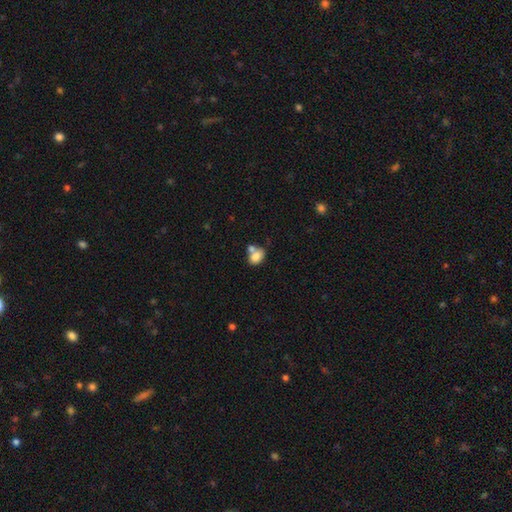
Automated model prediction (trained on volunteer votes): Smooth or featured? Predicted: smooth (p=0.80). How rounded? Predicted: in between (p=0.78). Merging? Predicted: merger (p=0.44).